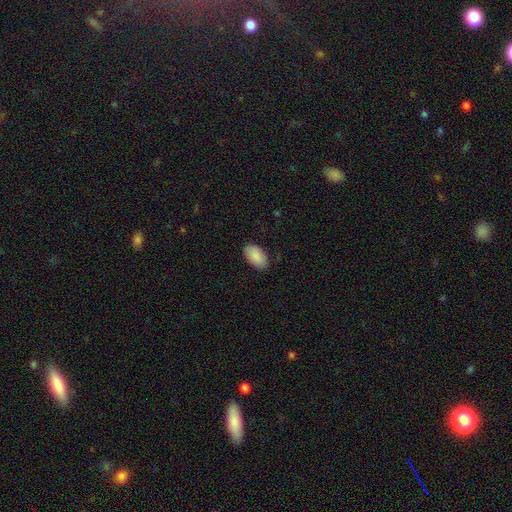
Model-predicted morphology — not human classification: type=smooth (90%); roundness=in between (95%); merging=none (87%).